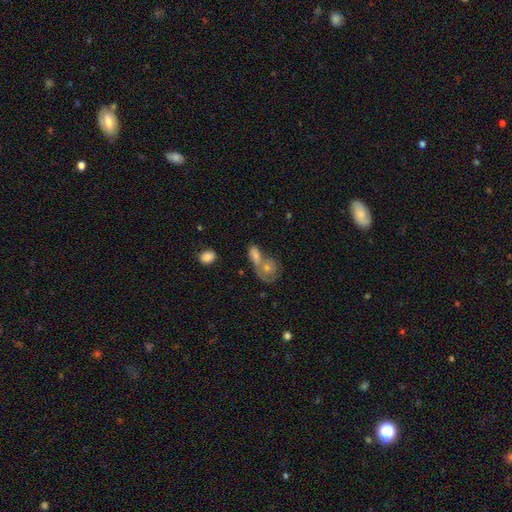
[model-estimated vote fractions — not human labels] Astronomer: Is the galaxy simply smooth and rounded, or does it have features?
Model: smooth — 47% (runner-up: featured or disk, 38%).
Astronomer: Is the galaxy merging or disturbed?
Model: merger — 48% (runner-up: none, 34%).